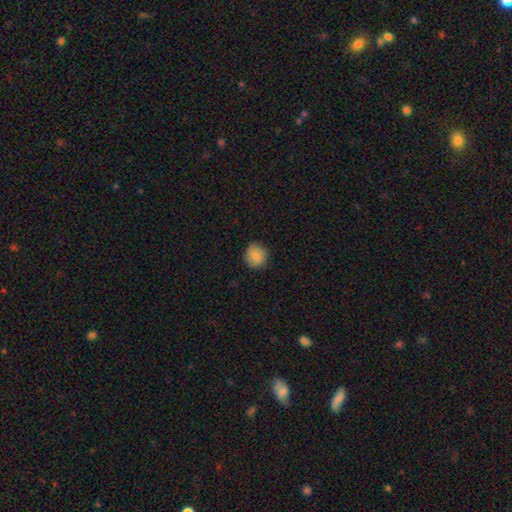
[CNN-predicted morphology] Overall: smooth (85%). How rounded: round (88%). Merging: none (88%).